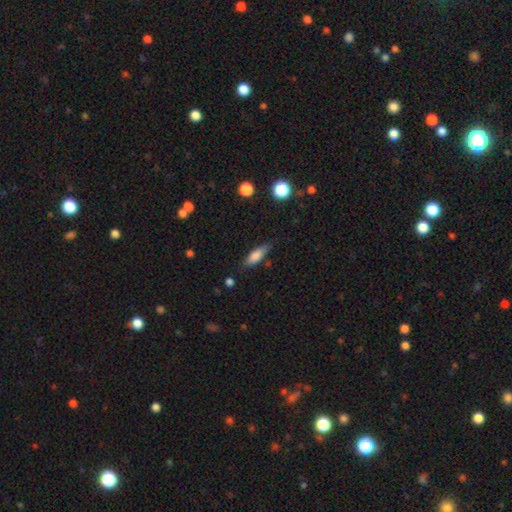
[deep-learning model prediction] This appears to be a smooth galaxy with no disk features (79%) that is in between round and cigar-shaped (58%). Merging: none (77%).